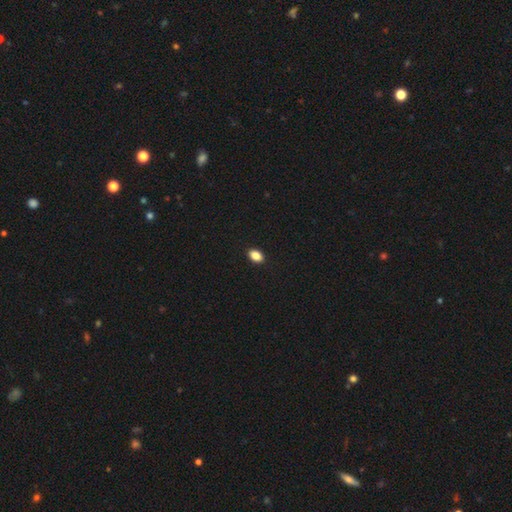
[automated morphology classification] Smooth or featured?
  - smooth: 87% *
  - star or artifact: 9%
  - featured or disk: 4%
How rounded?
  - in between: 82% *
  - round: 16%
  - cigar-shaped: 2%
Merging?
  - none: 91% *
  - minor disturbance: 7%
  - major disturbance: 2%
  - merger: 1%